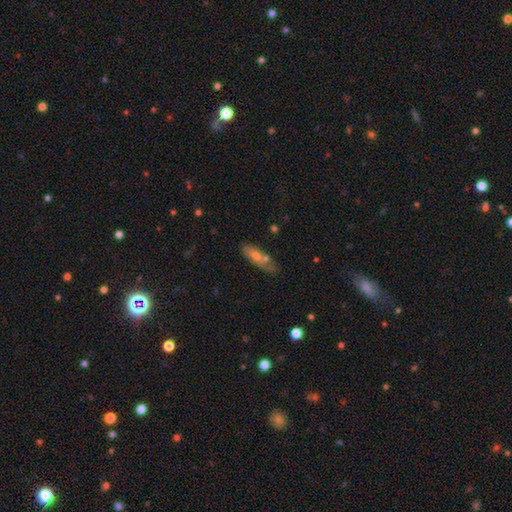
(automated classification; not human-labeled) A smooth galaxy with no disk features (59%) that is in between round and cigar-shaped (51%).

Vote fractions:
- Smooth or featured? smooth: 59% / featured or disk: 32% / star or artifact: 9%
- How rounded? in between: 51% / cigar-shaped: 46% / round: 3%
- Merging? none: 51% / minor disturbance: 23% / merger: 17% / major disturbance: 9%